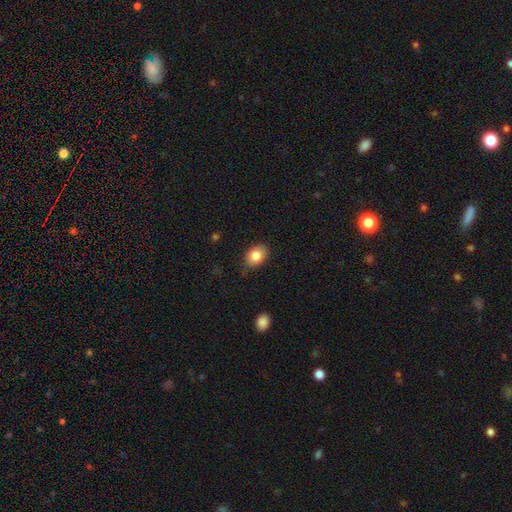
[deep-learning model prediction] Morphology: type=smooth (84%); roundness=in between (66%); merging=none (78%).